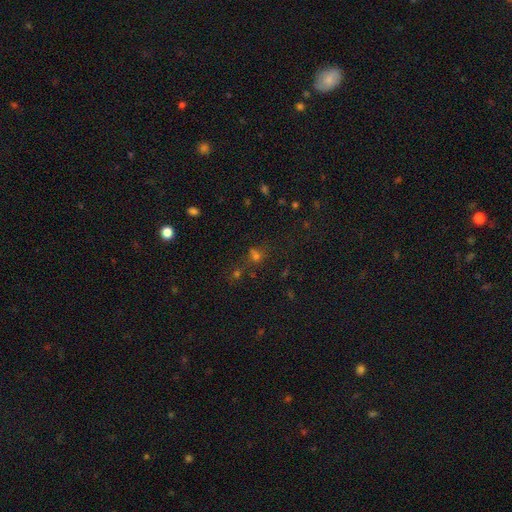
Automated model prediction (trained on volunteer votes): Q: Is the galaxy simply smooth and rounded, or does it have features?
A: smooth — 54%.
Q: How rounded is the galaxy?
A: round — 74%.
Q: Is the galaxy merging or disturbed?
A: none — 51%.